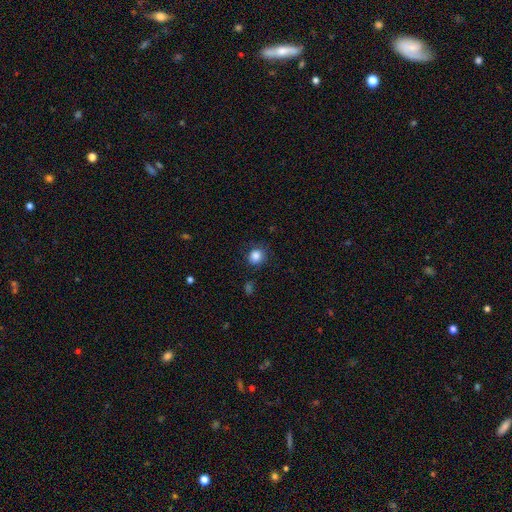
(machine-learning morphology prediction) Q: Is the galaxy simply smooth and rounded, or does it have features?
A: smooth — 85%.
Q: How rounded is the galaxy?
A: round — 85%.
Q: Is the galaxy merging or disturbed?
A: none — 81%.